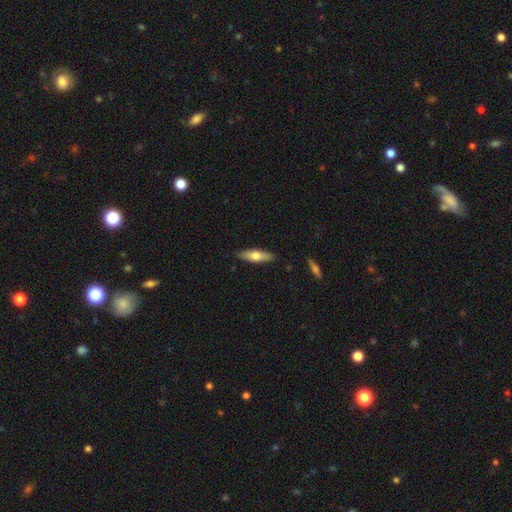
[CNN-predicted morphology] smooth 58%, featured or disk 36%, star or artifact 6%. Down the decision tree: how rounded — cigar-shaped (55%); merging — none (87%).